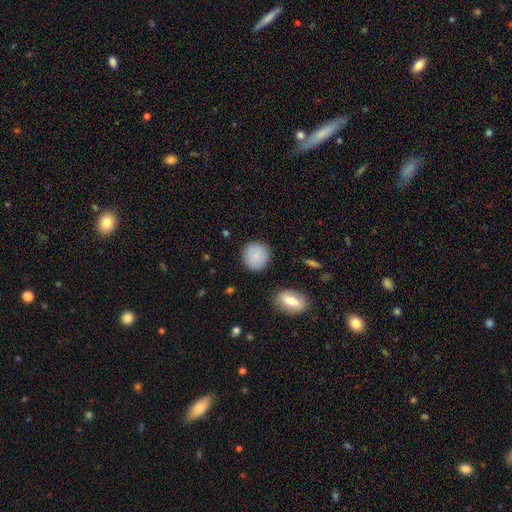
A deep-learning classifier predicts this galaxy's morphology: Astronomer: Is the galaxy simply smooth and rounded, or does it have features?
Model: smooth — 85%.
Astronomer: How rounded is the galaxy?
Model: round — 90%.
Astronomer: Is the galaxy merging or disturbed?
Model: none — 86%.